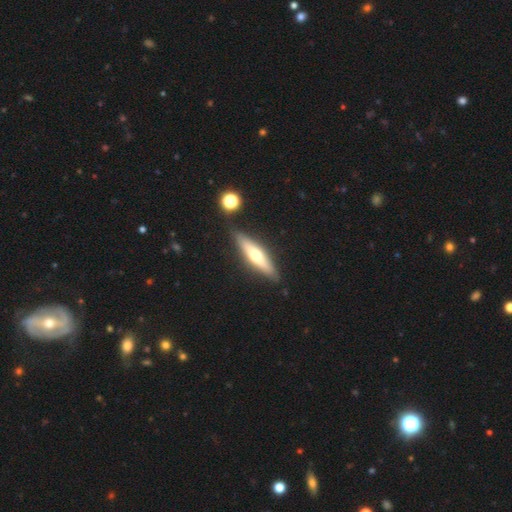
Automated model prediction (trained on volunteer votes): Smooth or featured? Predicted: featured or disk (p=0.49). Merging? Predicted: none (p=0.85).